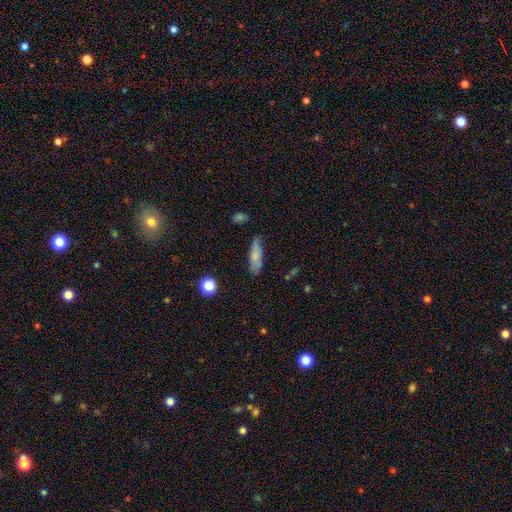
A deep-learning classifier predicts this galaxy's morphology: Smooth or featured? smooth (74%)
How rounded? in between (50%)
Merging? none (68%)